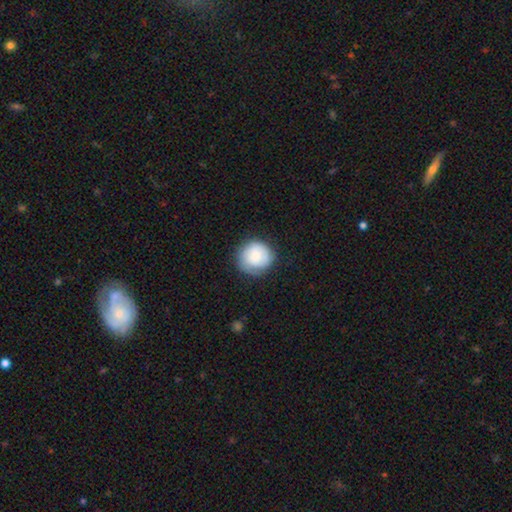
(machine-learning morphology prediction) Smooth or featured? Predicted: smooth (p=0.72). How rounded? Predicted: round (p=0.90). Merging? Predicted: none (p=0.71).